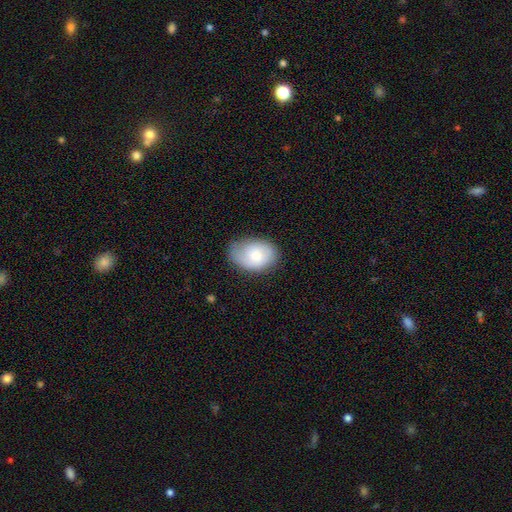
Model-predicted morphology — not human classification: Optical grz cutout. It shows a smooth galaxy with no disk features (60%) that is in between round and cigar-shaped (75%). Merging: none (69%).